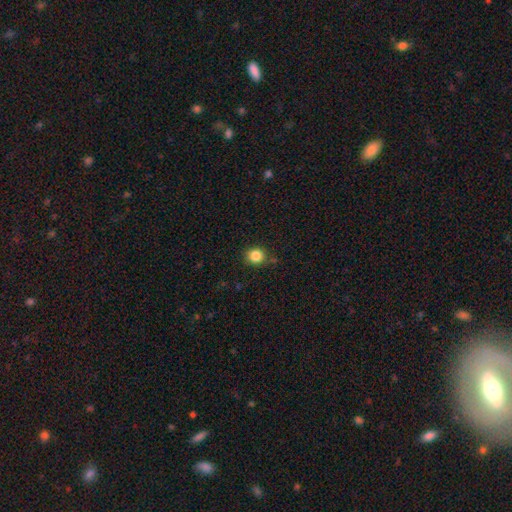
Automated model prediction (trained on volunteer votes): Morphology: type=smooth (85%); roundness=round (85%); merging=none (81%).